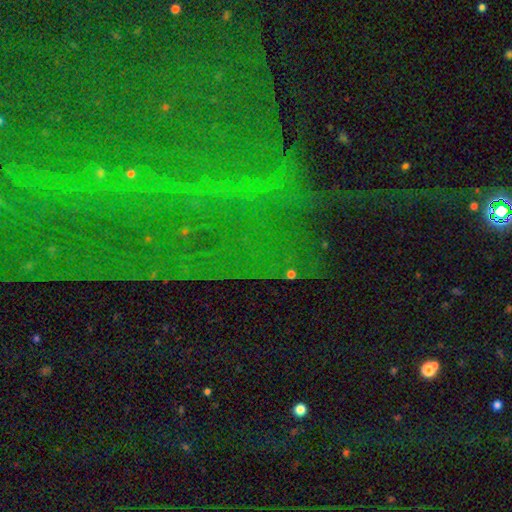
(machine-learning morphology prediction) This appears to be a star or artifact, not a galaxy (84%).